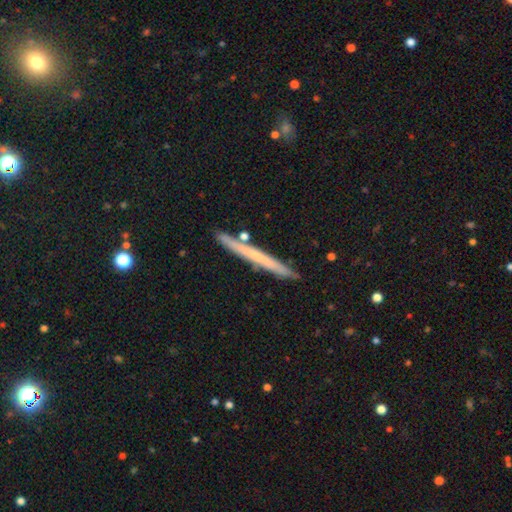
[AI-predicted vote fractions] Q: Smooth or featured?
A: smooth (47%); runner-up: featured or disk (46%)
Q: Merging?
A: none (87%); runner-up: minor disturbance (9%)